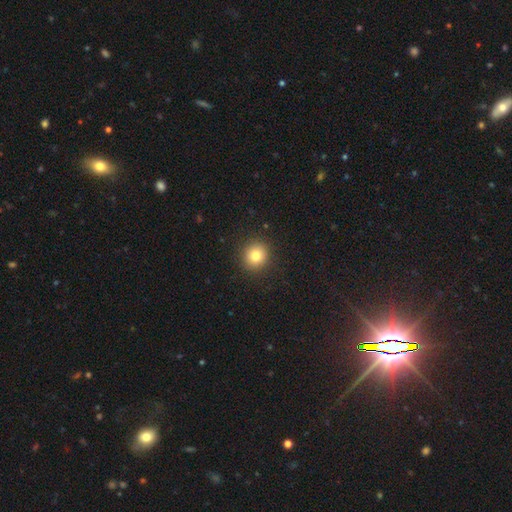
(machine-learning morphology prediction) Overall: smooth (81%). How rounded: round (91%). Merging: none (91%).